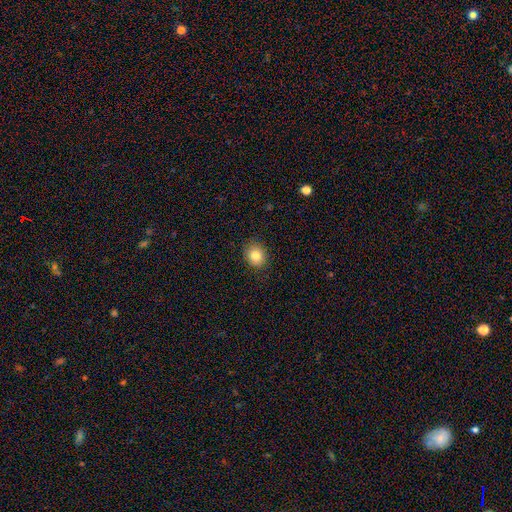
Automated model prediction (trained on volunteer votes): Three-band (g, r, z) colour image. It shows a smooth galaxy with no disk features (83%) that is round (66%). Merging: none (88%).